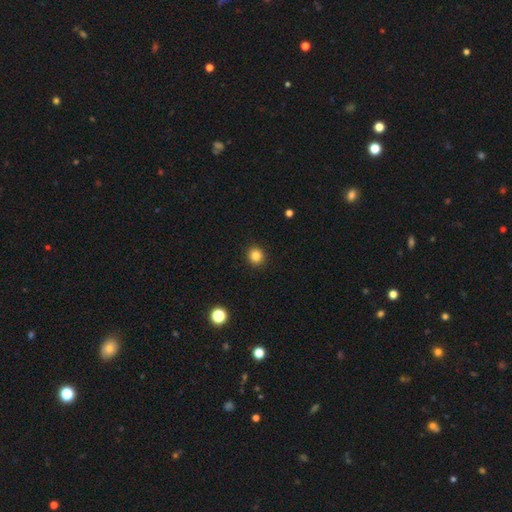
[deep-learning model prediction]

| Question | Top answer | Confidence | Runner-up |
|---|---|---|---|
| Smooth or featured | smooth | 84% | star or artifact (11%) |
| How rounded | round | 89% | in between (10%) |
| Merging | none | 92% | minor disturbance (5%) |